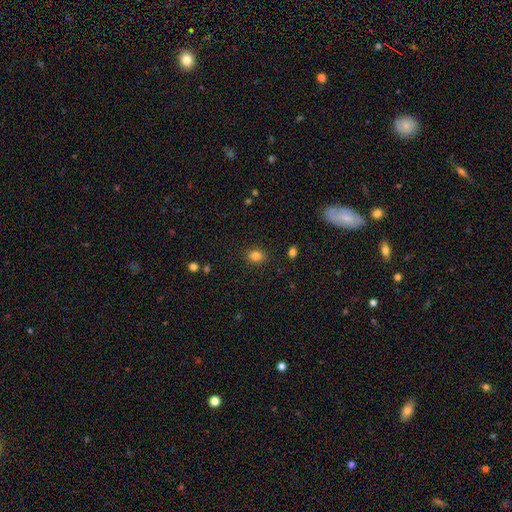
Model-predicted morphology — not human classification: Smooth or featured?
  - smooth: 83% *
  - star or artifact: 11%
  - featured or disk: 5%
How rounded?
  - in between: 53% *
  - round: 46%
  - cigar-shaped: 1%
Merging?
  - none: 88% *
  - minor disturbance: 8%
  - major disturbance: 2%
  - merger: 1%